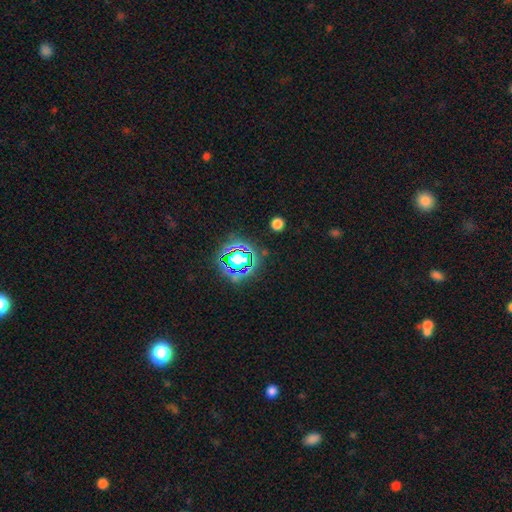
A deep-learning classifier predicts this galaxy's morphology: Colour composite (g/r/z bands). It shows a star or artifact, not a galaxy (78%).